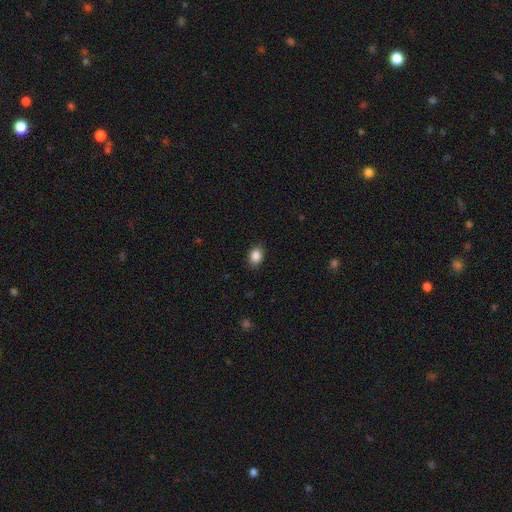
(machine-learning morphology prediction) Smooth or featured? Predicted: smooth (p=0.87). How rounded? Predicted: in between (p=0.74). Merging? Predicted: none (p=0.86).